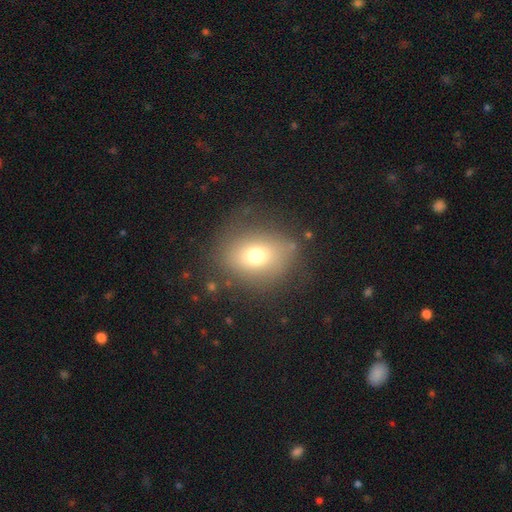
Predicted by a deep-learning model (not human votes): Morphology: type=smooth (68%); roundness=round (58%); merging=none (73%).